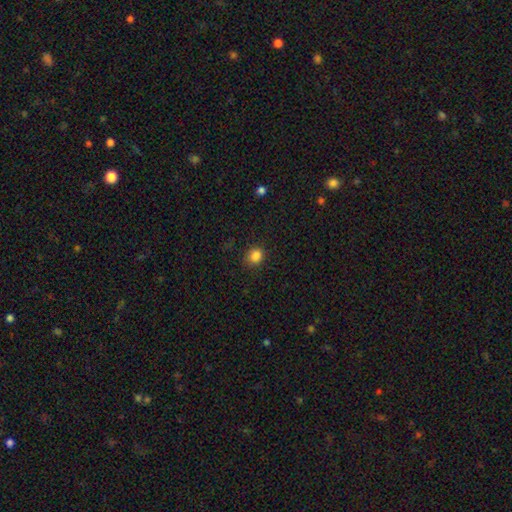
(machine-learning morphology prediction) Smooth or featured? Predicted: smooth (p=0.84). How rounded? Predicted: round (p=0.69). Merging? Predicted: none (p=0.80).